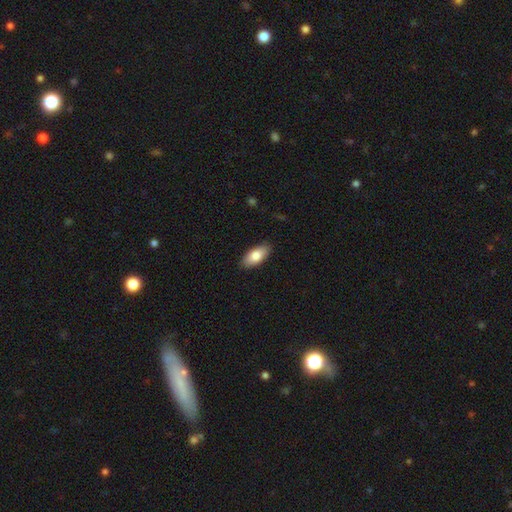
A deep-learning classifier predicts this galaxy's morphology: smooth_or_featured: smooth (p=0.81) [alt: featured or disk p=0.13]
how_rounded: in between (p=0.88) [alt: cigar-shaped p=0.09]
merging: none (p=0.88) [alt: minor disturbance p=0.09]